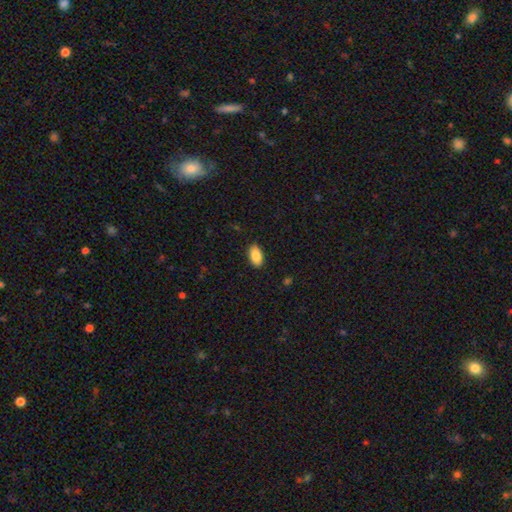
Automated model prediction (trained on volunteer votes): Smooth or featured? smooth (87%)
How rounded? in between (94%)
Merging? none (89%)